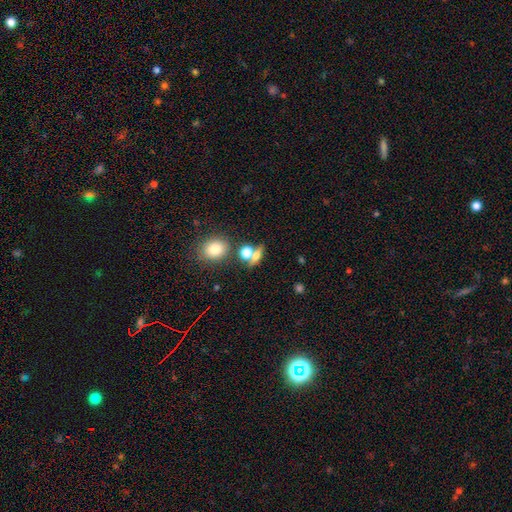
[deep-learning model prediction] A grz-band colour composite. It shows a smooth galaxy with no disk features (60%) that is in between round and cigar-shaped (41%). Merging: none (56%).